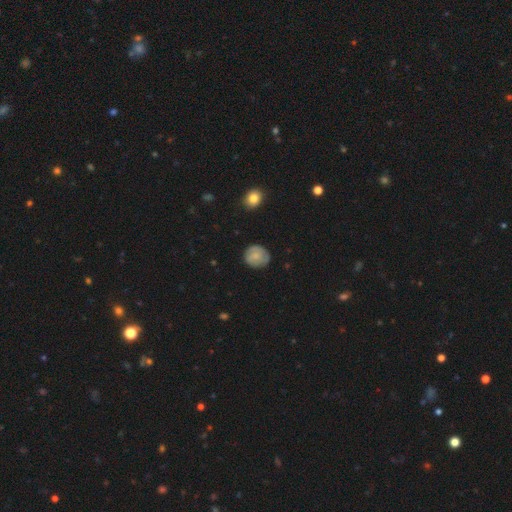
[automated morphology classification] Smooth or featured? smooth (70%)
How rounded? round (81%)
Merging? none (81%)